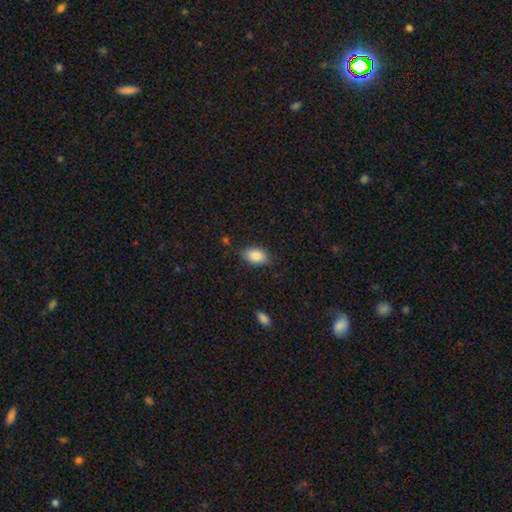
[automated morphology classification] A smooth galaxy with no disk features (86%) that is in between round and cigar-shaped (90%). Merging: none (82%).